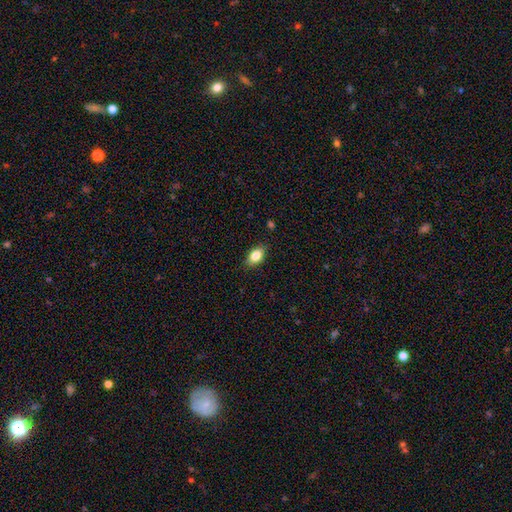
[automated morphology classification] A smooth galaxy with no disk features (81%) that is in between round and cigar-shaped (84%).

Vote fractions:
- Smooth or featured? smooth: 81% / featured or disk: 10% / star or artifact: 8%
- How rounded? in between: 84% / round: 12% / cigar-shaped: 4%
- Merging? none: 84% / minor disturbance: 12% / major disturbance: 2% / merger: 1%